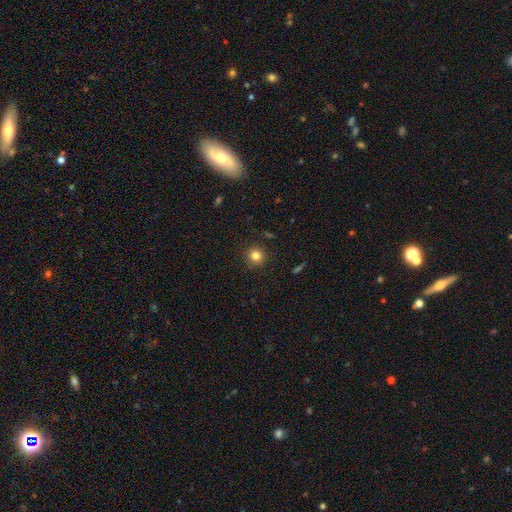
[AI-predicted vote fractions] smooth_or_featured: smooth (p=0.81) [alt: star or artifact p=0.13]
how_rounded: round (p=0.94) [alt: in between p=0.05]
merging: none (p=0.91) [alt: minor disturbance p=0.06]